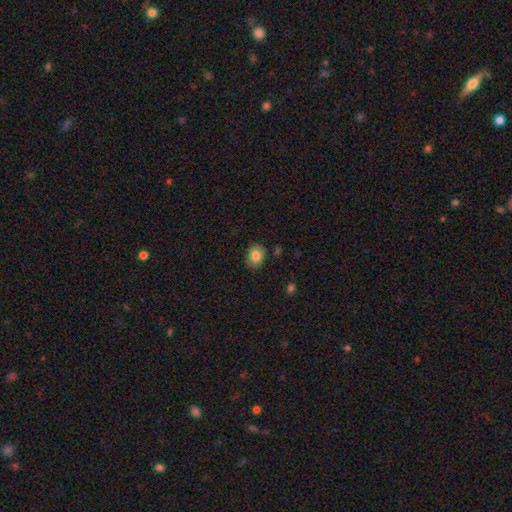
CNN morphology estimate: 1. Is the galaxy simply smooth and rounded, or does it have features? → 83% smooth, 9% star or artifact, 8% featured or disk.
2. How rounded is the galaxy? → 53% in between, 46% round, 1% cigar-shaped.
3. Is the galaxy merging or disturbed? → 83% none, 13% minor disturbance, 2% major disturbance, 2% merger.